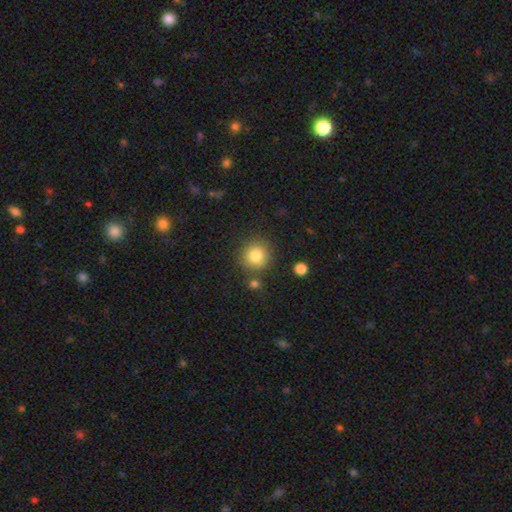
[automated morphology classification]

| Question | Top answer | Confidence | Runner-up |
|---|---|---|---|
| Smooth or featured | smooth | 83% | star or artifact (10%) |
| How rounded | round | 90% | in between (9%) |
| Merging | none | 82% | minor disturbance (9%) |